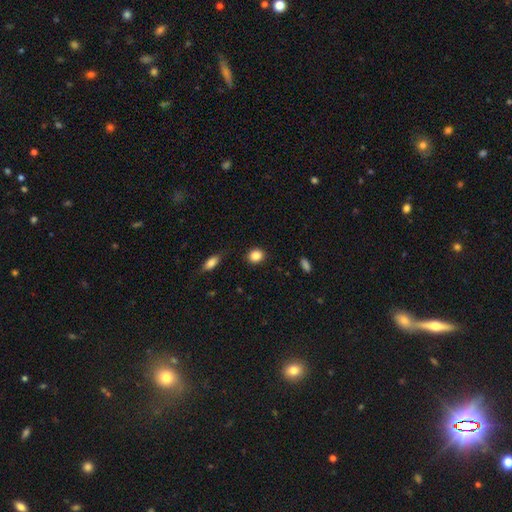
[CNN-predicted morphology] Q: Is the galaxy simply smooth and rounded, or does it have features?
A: smooth — 86%.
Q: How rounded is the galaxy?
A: round — 71%.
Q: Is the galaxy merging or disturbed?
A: none — 88%.